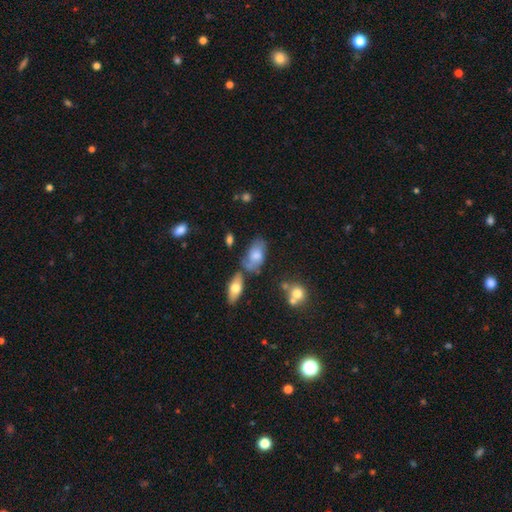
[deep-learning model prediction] Smooth or featured: smooth — 62% (featured or disk — 29%)
How rounded: in between — 91% (round — 5%)
Merging: none — 47% (minor disturbance — 27%)